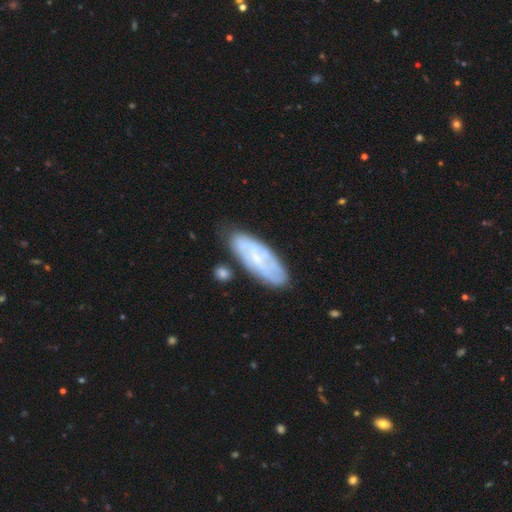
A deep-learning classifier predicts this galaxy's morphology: This appears to be a featured or disk galaxy (53%). Merging: none (71%).